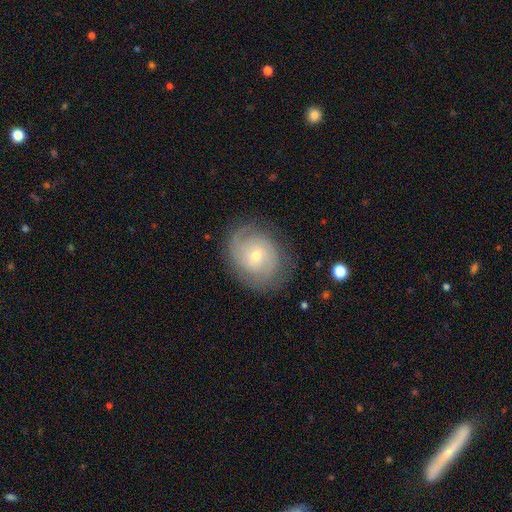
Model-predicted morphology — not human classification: The model was most divided on "spiral arm count": 2: 43%, can't tell: 30%, 3: 12%, 1: 8%, 4: 4%, more than 4: 3%. More confident: edge-on disk — no (97%); spiral arms — yes (89%); merging — none (77%); smooth or featured — featured or disk (71%); bar — no (69%); bulge size — small (63%); spiral winding — tight (58%).